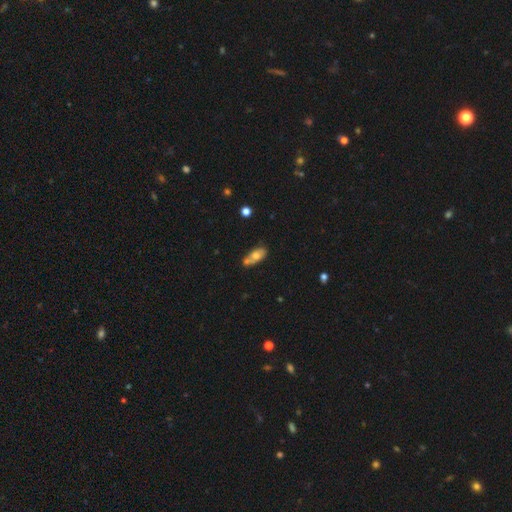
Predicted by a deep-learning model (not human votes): smooth_or_featured: smooth (p=0.62) [alt: featured or disk p=0.29]
how_rounded: in between (p=0.82) [alt: cigar-shaped p=0.12]
merging: none (p=0.40) [alt: merger p=0.34]